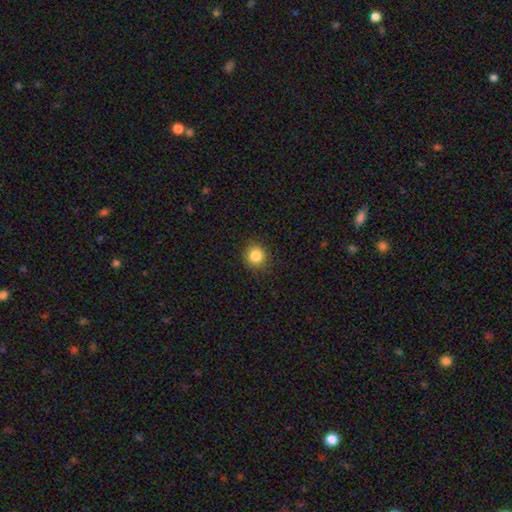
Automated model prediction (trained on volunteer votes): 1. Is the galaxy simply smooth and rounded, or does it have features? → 85% smooth, 11% star or artifact, 4% featured or disk.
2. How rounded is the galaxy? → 91% round, 8% in between, 1% cigar-shaped.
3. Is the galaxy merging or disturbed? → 88% none, 8% minor disturbance, 2% major disturbance, 1% merger.